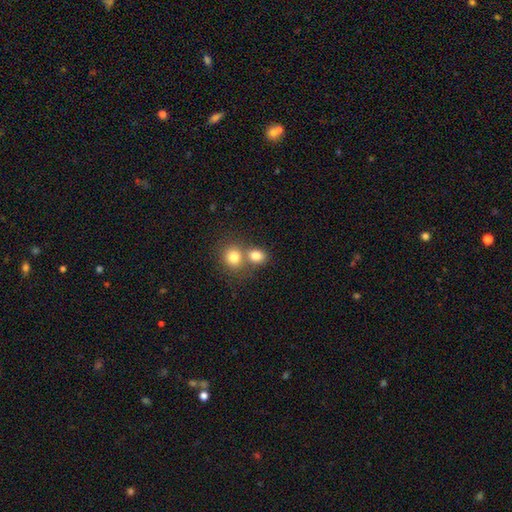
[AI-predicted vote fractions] This is clearly a smooth galaxy (81%). How rounded: possibly round (59%). Merging: possibly merger (46%).